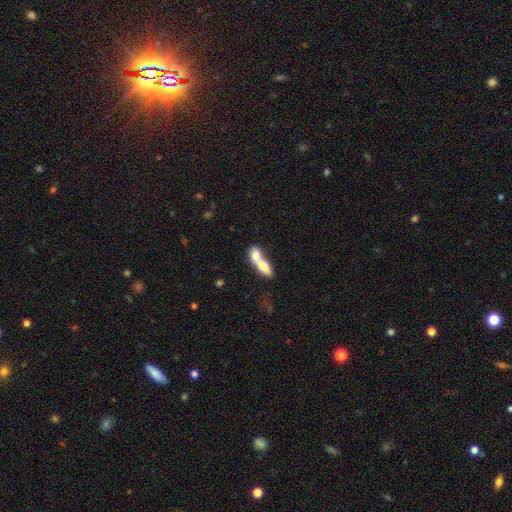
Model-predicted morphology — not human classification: smooth 69%, featured or disk 24%, star or artifact 7%. Down the decision tree: how rounded — in between (70%); merging — merger (80%).